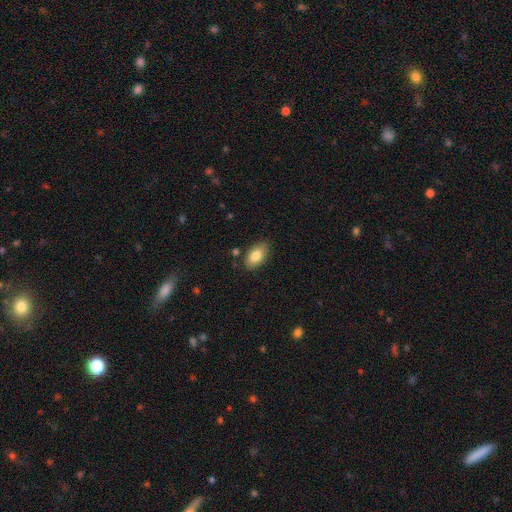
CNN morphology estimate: A smooth galaxy with no disk features (82%) that is in between round and cigar-shaped (93%). Merging: none (82%).